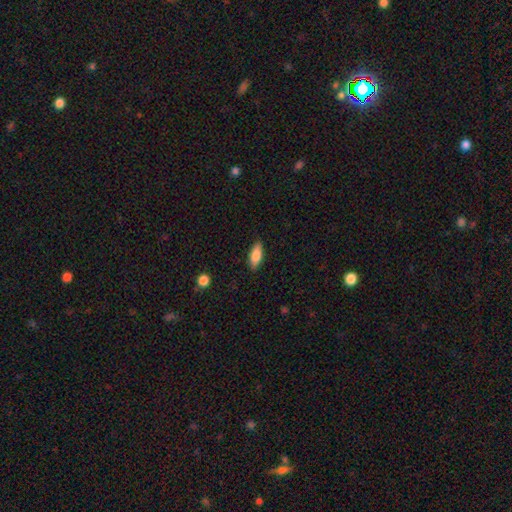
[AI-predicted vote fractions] This is likely a smooth galaxy (79%). How rounded: likely in between (73%). Merging: clearly none (87%).